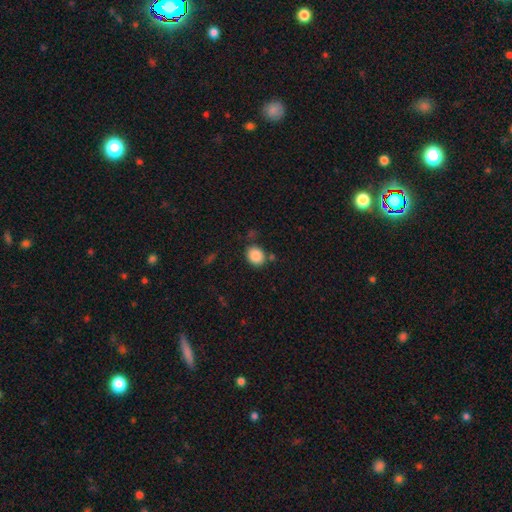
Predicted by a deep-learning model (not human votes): smooth_or_featured: smooth (p=0.87) [alt: star or artifact p=0.09]
how_rounded: round (p=0.62) [alt: in between p=0.37]
merging: none (p=0.77) [alt: minor disturbance p=0.12]